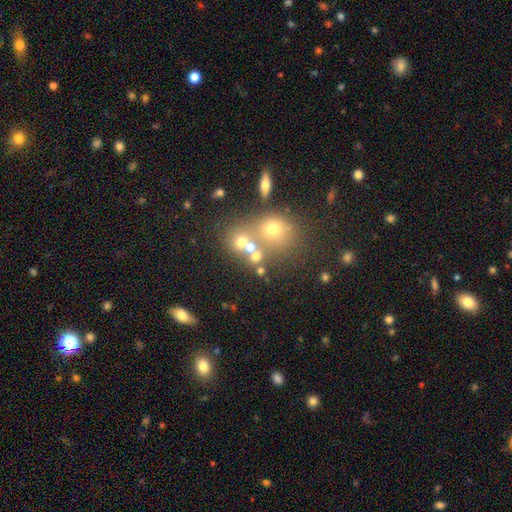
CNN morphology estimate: smooth-or-featured: smooth: 61% | star or artifact: 21% | featured or disk: 18%
  how-rounded: round: 74% | in between: 24% | cigar-shaped: 2%
  merging: none: 48% | merger: 37% | minor disturbance: 9% | major disturbance: 6%